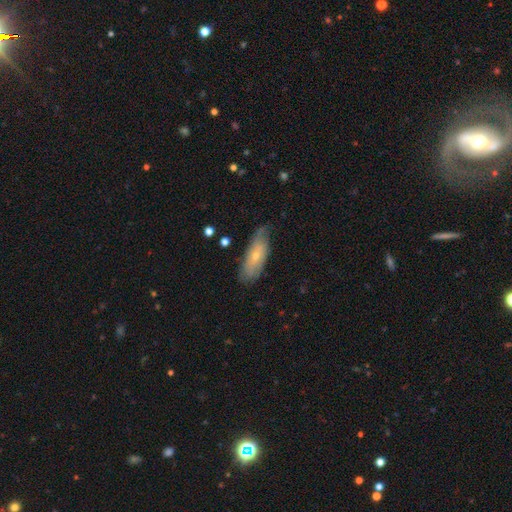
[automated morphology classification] Smooth or featured: smooth — 51% (featured or disk — 42%)
How rounded: in between — 69% (cigar-shaped — 28%)
Merging: none — 62% (minor disturbance — 29%)